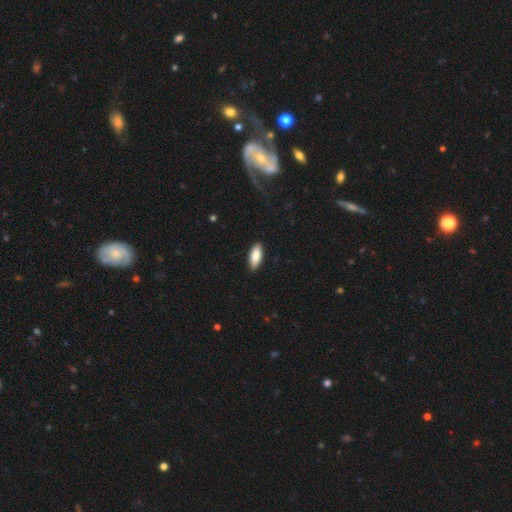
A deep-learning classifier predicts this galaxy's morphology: This appears to be a smooth galaxy with no disk features (81%) that is in between round and cigar-shaped (77%). Merging: none (90%).